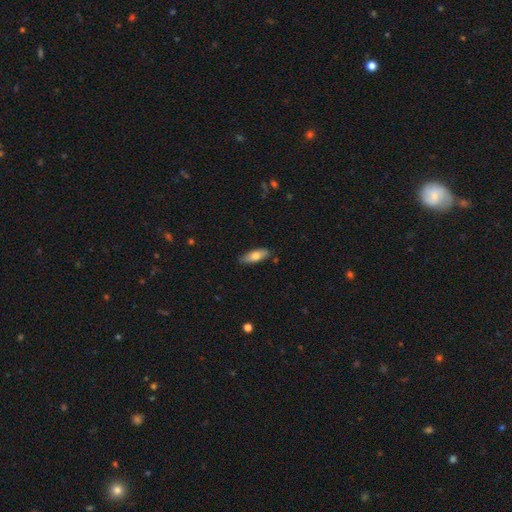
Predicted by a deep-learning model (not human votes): This appears to be a smooth galaxy with no disk features (74%) that is in between round and cigar-shaped (66%). Merging: none (83%).